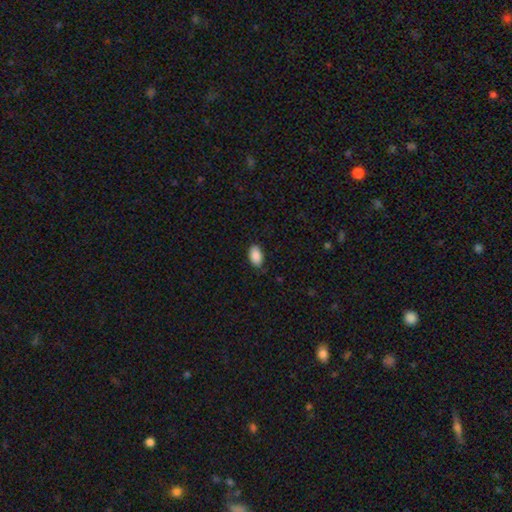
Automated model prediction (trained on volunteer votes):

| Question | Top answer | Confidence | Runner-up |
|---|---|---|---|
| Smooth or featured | smooth | 90% | star or artifact (7%) |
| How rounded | in between | 94% | round (4%) |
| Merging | none | 84% | minor disturbance (12%) |